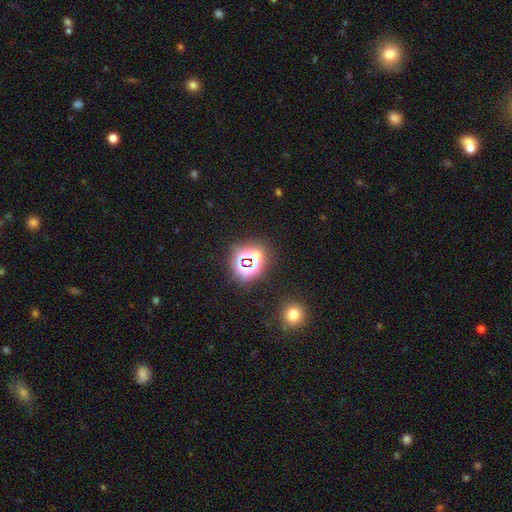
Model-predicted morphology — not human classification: Q: Smooth or featured?
A: star or artifact (69%); runner-up: smooth (22%)